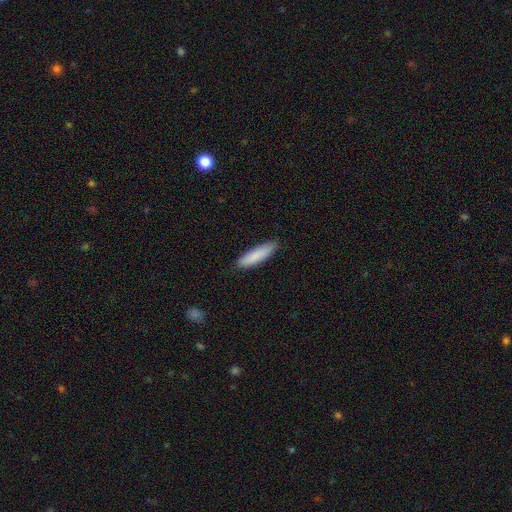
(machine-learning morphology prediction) Smooth or featured?
  - smooth: 86% *
  - featured or disk: 8%
  - star or artifact: 6%
How rounded?
  - cigar-shaped: 71% *
  - in between: 28%
  - round: 1%
Merging?
  - none: 86% *
  - minor disturbance: 11%
  - major disturbance: 2%
  - merger: 1%